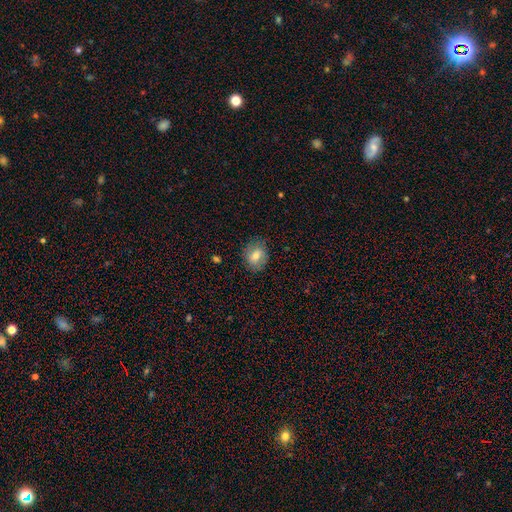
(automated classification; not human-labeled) A smooth galaxy with no disk features (69%) that is round (60%).

Vote fractions:
- Smooth or featured? smooth: 69% / featured or disk: 21% / star or artifact: 10%
- How rounded? round: 60% / in between: 39% / cigar-shaped: 1%
- Merging? none: 81% / minor disturbance: 15% / major disturbance: 4% / merger: 1%